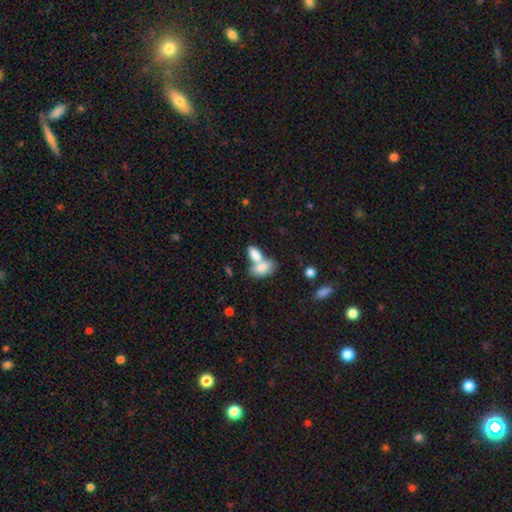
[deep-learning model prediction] Smooth or featured: smooth — 82% (featured or disk — 12%)
How rounded: in between — 91% (round — 5%)
Merging: merger — 66% (none — 23%)